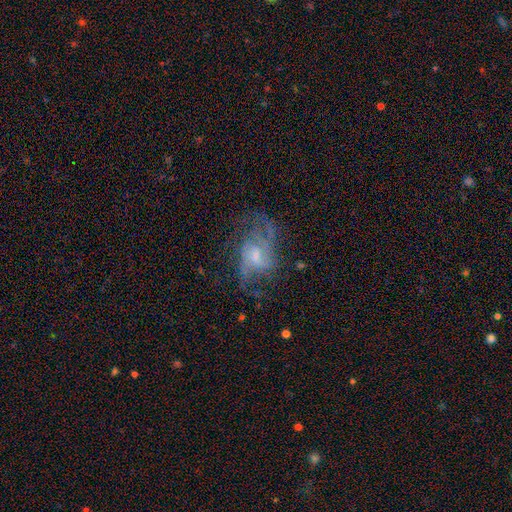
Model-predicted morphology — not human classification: A featured or disk galaxy (77%) with a weak bar (47%), 2 (45%) medium (45%) spiral arms (87%) and a small central bulge (45%). Merging: none (52%).